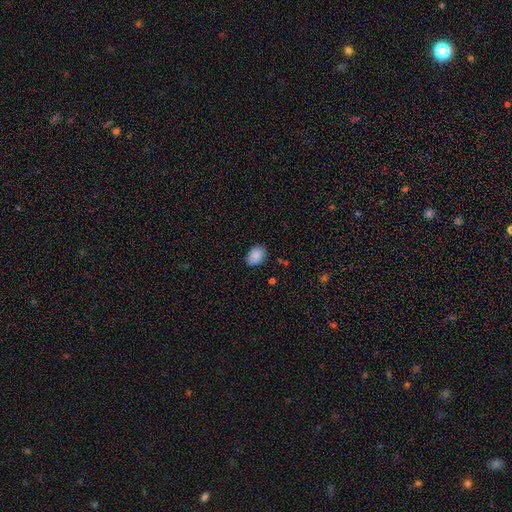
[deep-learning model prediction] Smooth or featured? smooth (89%)
How rounded? in between (73%)
Merging? none (82%)